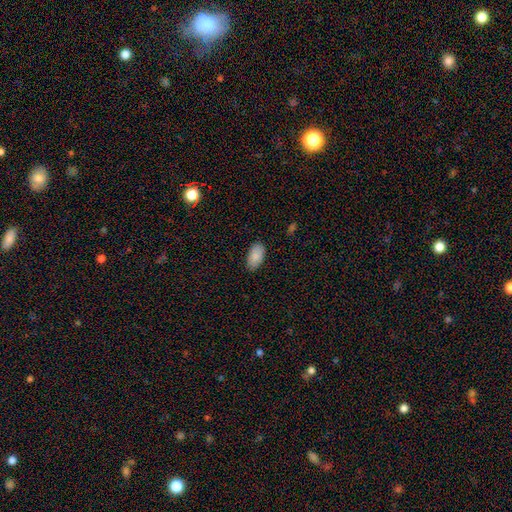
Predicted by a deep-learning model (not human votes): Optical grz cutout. It shows a smooth galaxy with no disk features (87%) that is in between round and cigar-shaped (95%). Merging: none (86%).